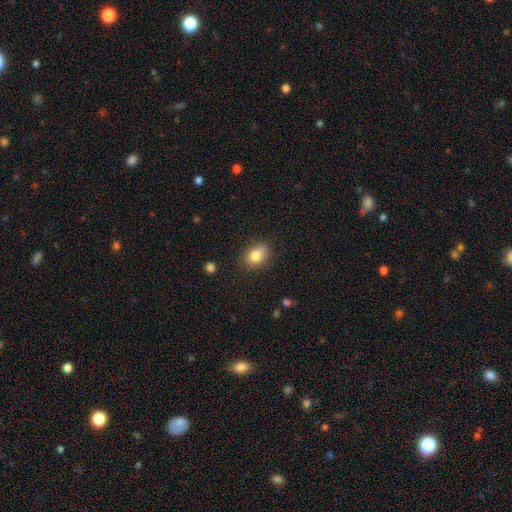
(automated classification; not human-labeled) Morphology: type=smooth (81%); roundness=in between (66%); merging=none (74%).